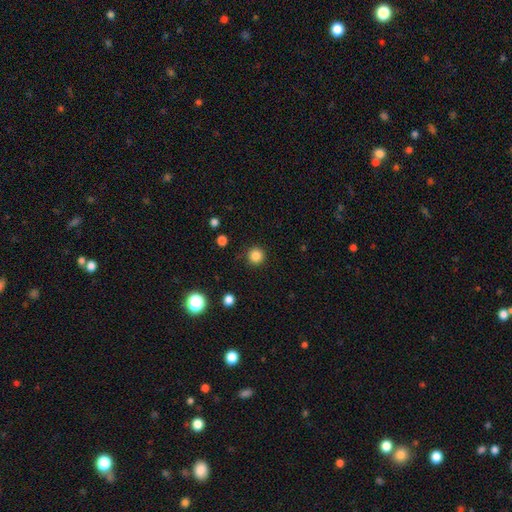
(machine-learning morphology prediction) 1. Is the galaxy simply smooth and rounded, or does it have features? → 85% smooth, 12% star or artifact, 4% featured or disk.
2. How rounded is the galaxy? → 96% round, 4% in between, 1% cigar-shaped.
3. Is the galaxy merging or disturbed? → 90% none, 7% minor disturbance, 2% major disturbance, 1% merger.